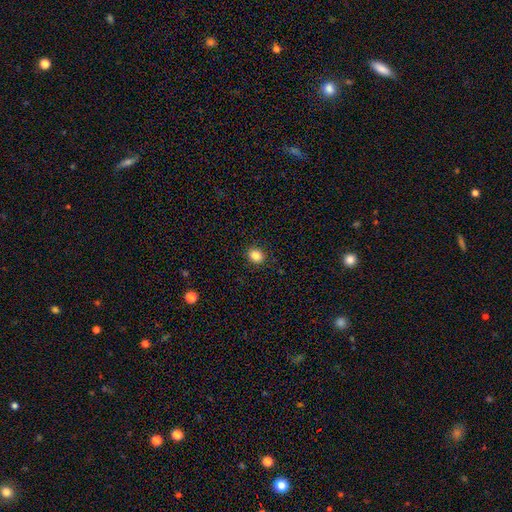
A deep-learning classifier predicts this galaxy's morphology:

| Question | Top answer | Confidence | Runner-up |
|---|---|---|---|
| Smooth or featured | smooth | 86% | star or artifact (10%) |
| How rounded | round | 57% | in between (42%) |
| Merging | none | 90% | minor disturbance (7%) |